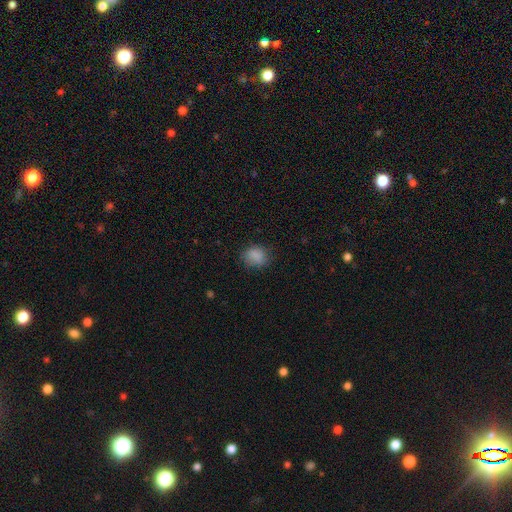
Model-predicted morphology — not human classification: This appears to be a smooth galaxy with no disk features (85%) that is round (56%). Merging: none (77%).